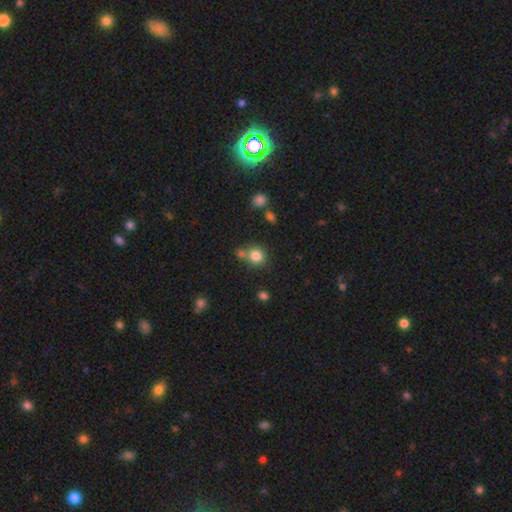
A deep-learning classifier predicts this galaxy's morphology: This is clearly a smooth galaxy (81%). How rounded: clearly round (85%). Merging: likely none (62%).